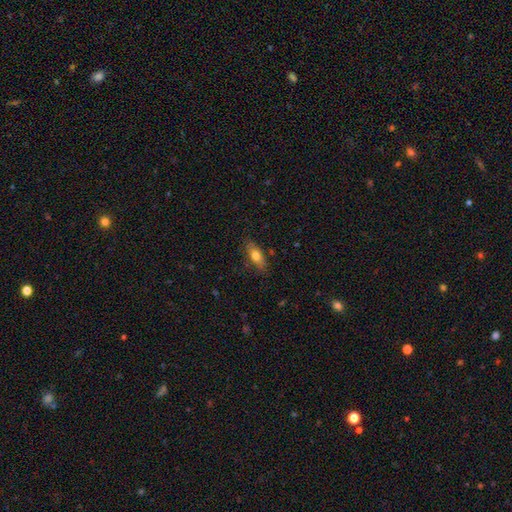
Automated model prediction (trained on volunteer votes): This is likely a smooth galaxy (72%). How rounded: likely in between (74%). Merging: likely none (79%).